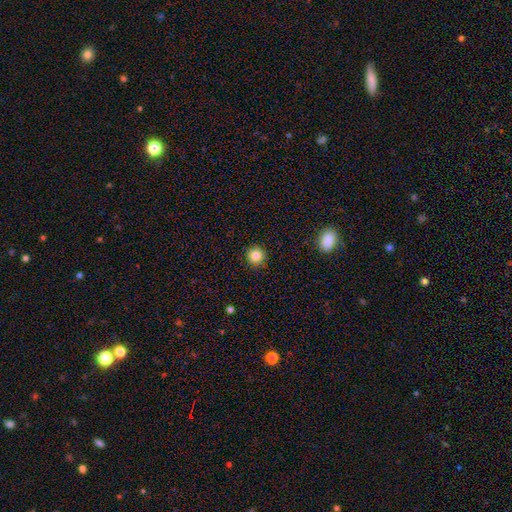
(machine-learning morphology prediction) This is clearly a smooth galaxy (84%). How rounded: clearly round (95%). Merging: clearly none (92%).